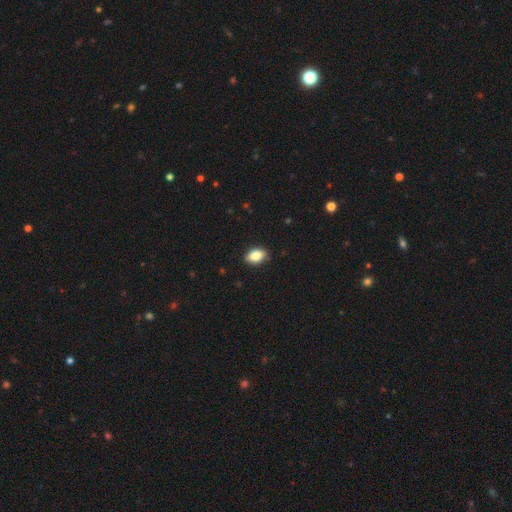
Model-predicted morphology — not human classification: The model was most divided on "smooth or featured": smooth: 84%, featured or disk: 9%, star or artifact: 8%. More confident: merging — none (87%); how rounded — in between (86%).